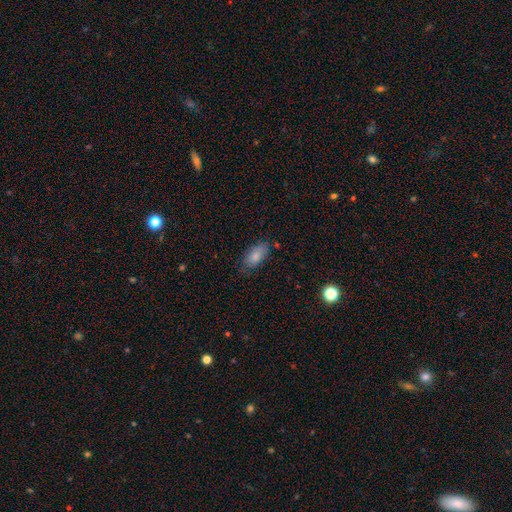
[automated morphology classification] Overall: smooth (82%). How rounded: in between (90%). Merging: none (72%).